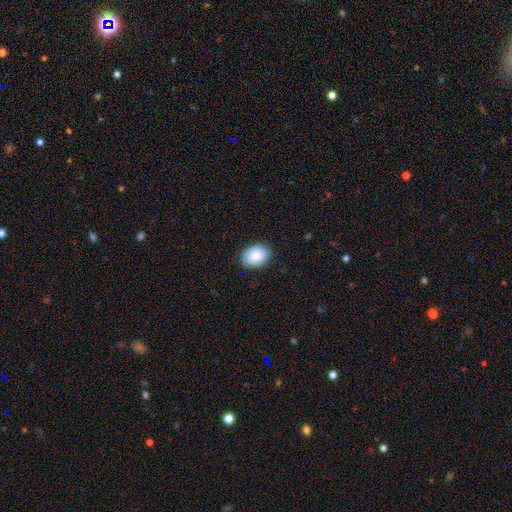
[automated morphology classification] Smooth or featured? Predicted: smooth (p=0.82). How rounded? Predicted: in between (p=0.70). Merging? Predicted: none (p=0.84).